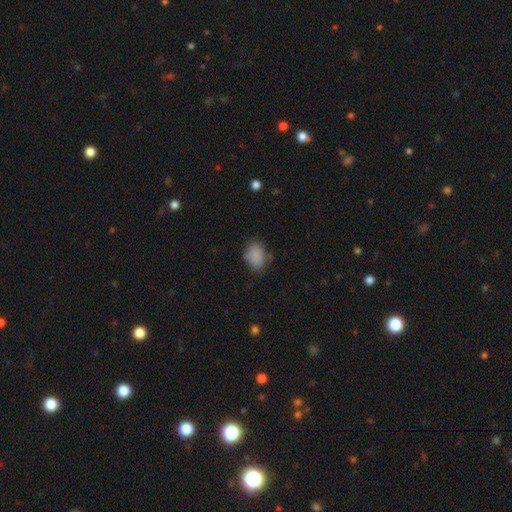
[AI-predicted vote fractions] Smooth or featured? smooth (85%)
How rounded? in between (78%)
Merging? none (71%)